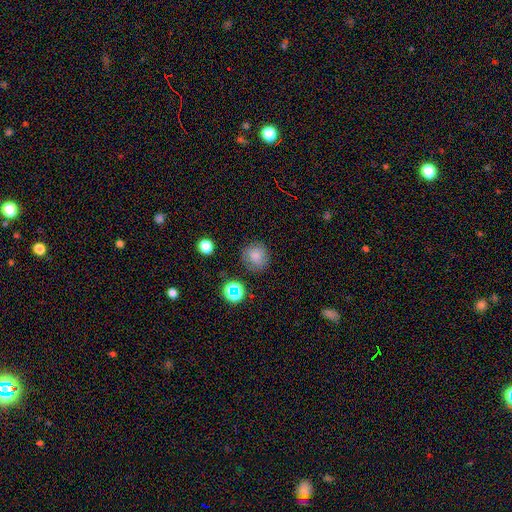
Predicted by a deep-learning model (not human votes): A smooth galaxy with no disk features (76%) that is round (90%).

Vote fractions:
- Smooth or featured? smooth: 76% / star or artifact: 15% / featured or disk: 9%
- How rounded? round: 90% / in between: 9% / cigar-shaped: 1%
- Merging? none: 80% / minor disturbance: 13% / major disturbance: 4% / merger: 3%